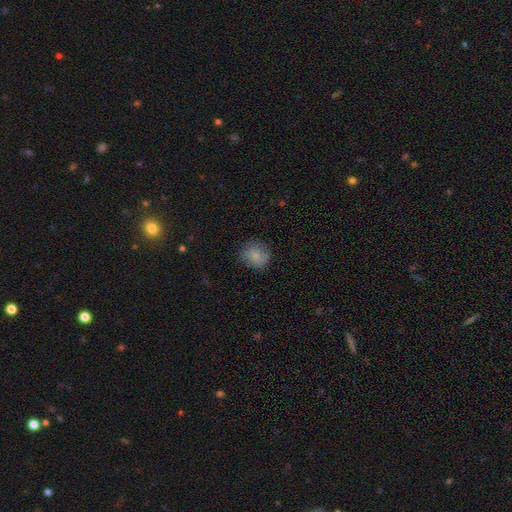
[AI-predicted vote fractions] smooth 80%, featured or disk 12%, star or artifact 8%. Down the decision tree: how rounded — round (85%); merging — none (77%).